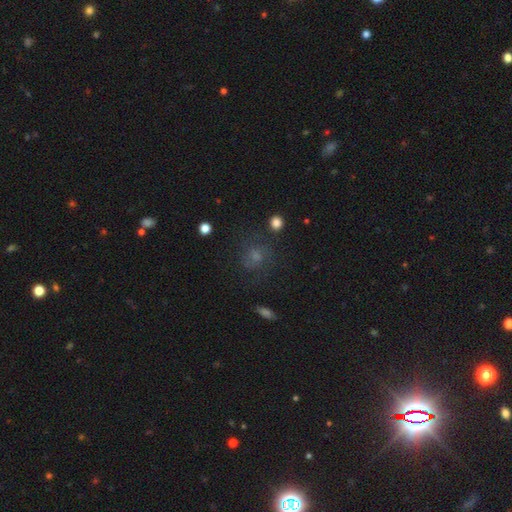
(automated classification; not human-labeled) Smooth or featured? smooth (48%)
Merging? none (67%)